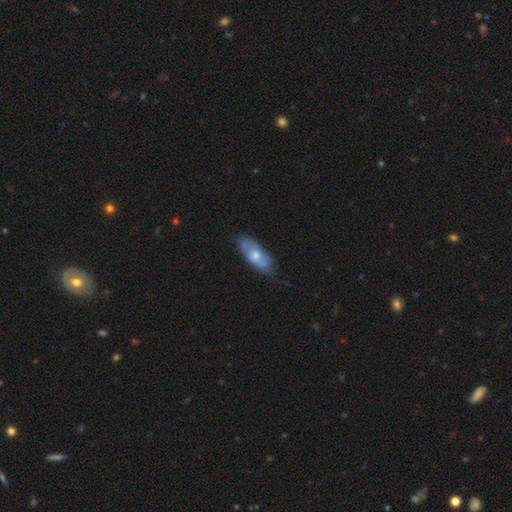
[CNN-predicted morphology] Smooth or featured? Predicted: smooth (p=0.49). Merging? Predicted: none (p=0.68).